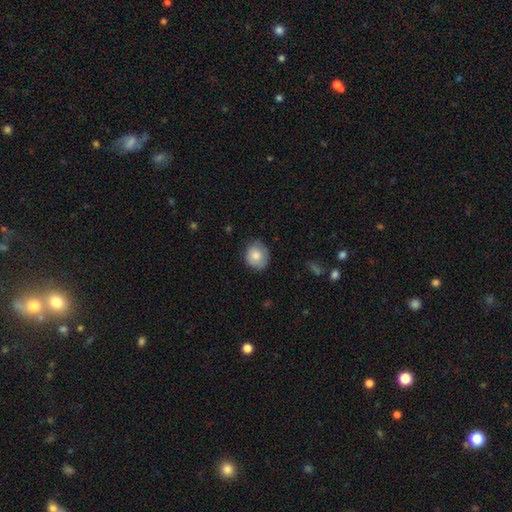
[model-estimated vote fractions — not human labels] Overall: smooth (81%). How rounded: round (75%). Merging: none (75%).